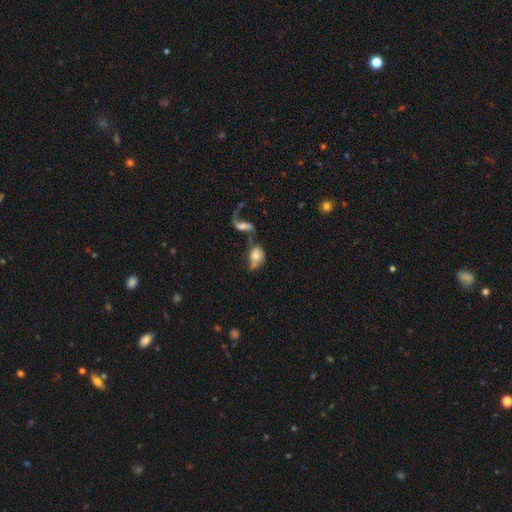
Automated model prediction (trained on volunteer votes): Smooth or featured? Predicted: smooth (p=0.54). How rounded? Predicted: in between (p=0.77). Merging? Predicted: merger (p=0.47).